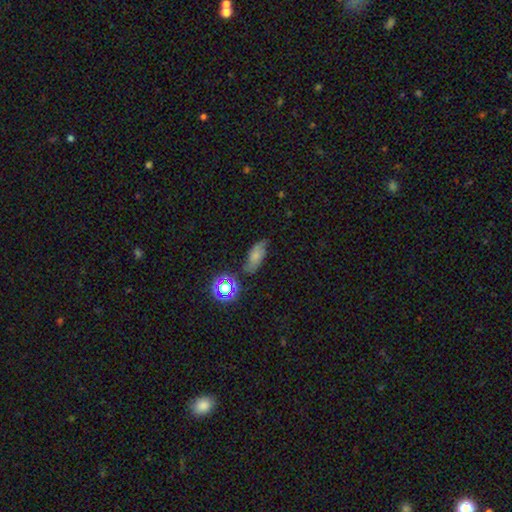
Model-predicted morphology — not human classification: smooth_or_featured: smooth (p=0.59) [alt: featured or disk p=0.25]
how_rounded: in between (p=0.81) [alt: cigar-shaped p=0.12]
merging: none (p=0.63) [alt: minor disturbance p=0.26]